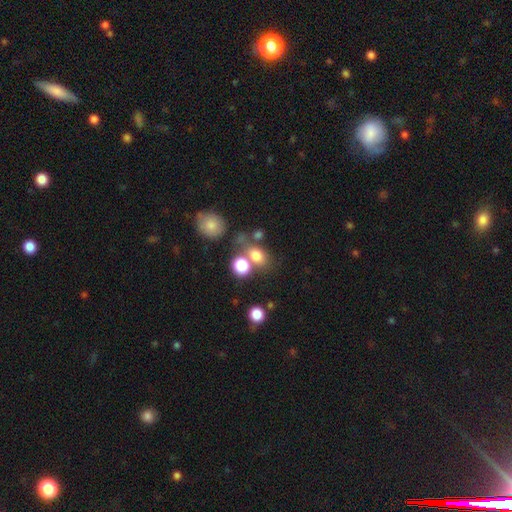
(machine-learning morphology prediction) Q: Smooth or featured?
A: smooth (75%); runner-up: star or artifact (15%)
Q: How rounded?
A: in between (56%); runner-up: round (42%)
Q: Merging?
A: none (53%); runner-up: merger (28%)